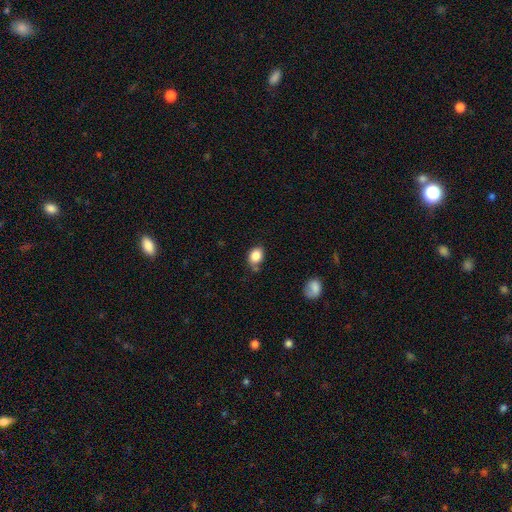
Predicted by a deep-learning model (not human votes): The model was most divided on "how rounded": in between: 63%, round: 36%, cigar-shaped: 1%. More confident: smooth or featured — smooth (85%); merging — none (65%).